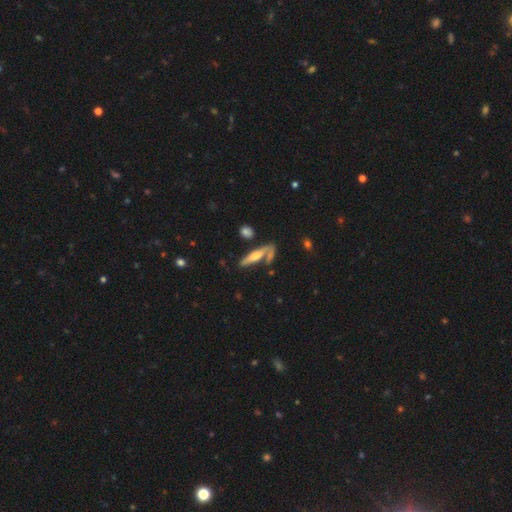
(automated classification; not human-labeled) This appears to be a featured or disk galaxy (51%) viewed edge-on (77%). Merging: none (52%).